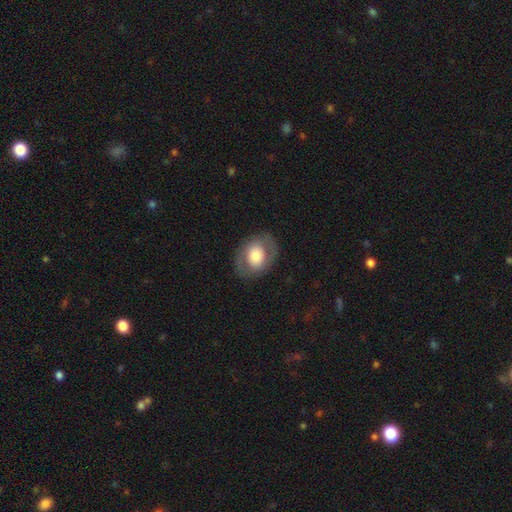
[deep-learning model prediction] The model was most divided on "smooth or featured": smooth: 56%, featured or disk: 38%, star or artifact: 7%. More confident: merging — none (80%); how rounded — in between (59%).